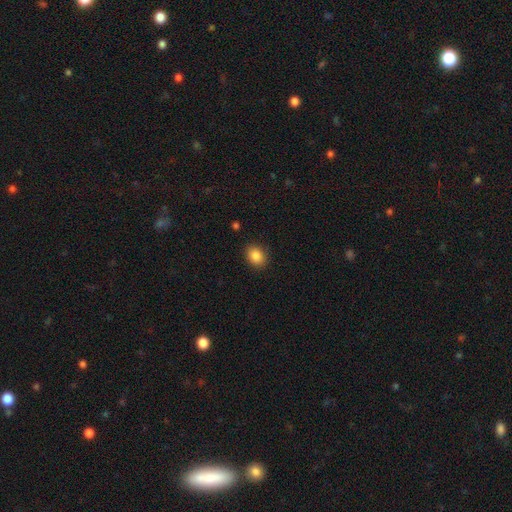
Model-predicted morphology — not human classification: smooth-or-featured: smooth: 86% | star or artifact: 9% | featured or disk: 5%
  how-rounded: in between: 56% | round: 43% | cigar-shaped: 1%
  merging: none: 88% | minor disturbance: 9% | major disturbance: 2% | merger: 1%